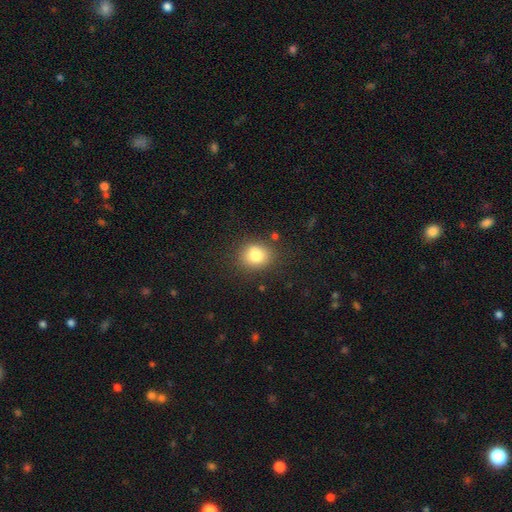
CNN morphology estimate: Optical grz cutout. It shows a smooth galaxy with no disk features (81%) that is round (69%). Merging: none (79%).